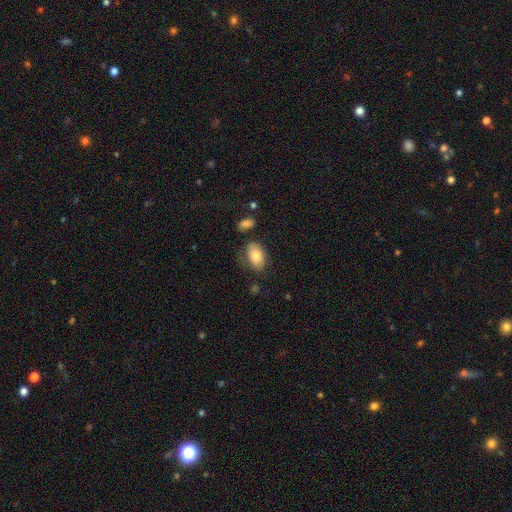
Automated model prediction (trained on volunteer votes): Smooth or featured? Predicted: smooth (p=0.80). How rounded? Predicted: in between (p=0.93). Merging? Predicted: none (p=0.64).